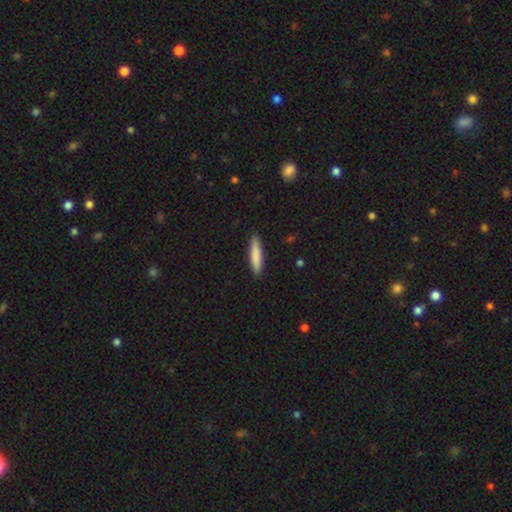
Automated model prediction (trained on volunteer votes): Smooth or featured: smooth — 83% (featured or disk — 11%)
How rounded: cigar-shaped — 85% (in between — 14%)
Merging: none — 90% (minor disturbance — 8%)